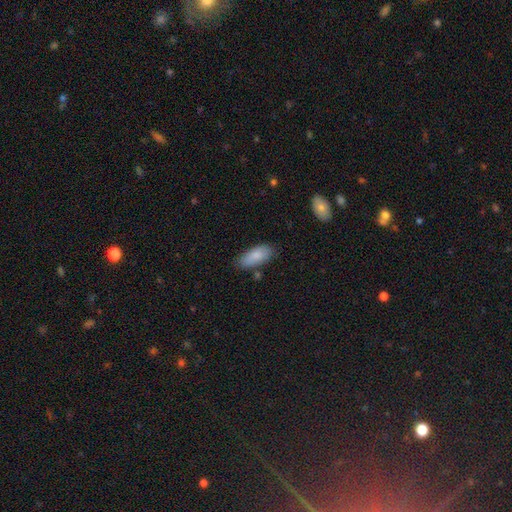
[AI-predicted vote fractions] Smooth or featured: smooth — 86% (featured or disk — 8%)
How rounded: in between — 85% (cigar-shaped — 14%)
Merging: none — 74% (minor disturbance — 18%)